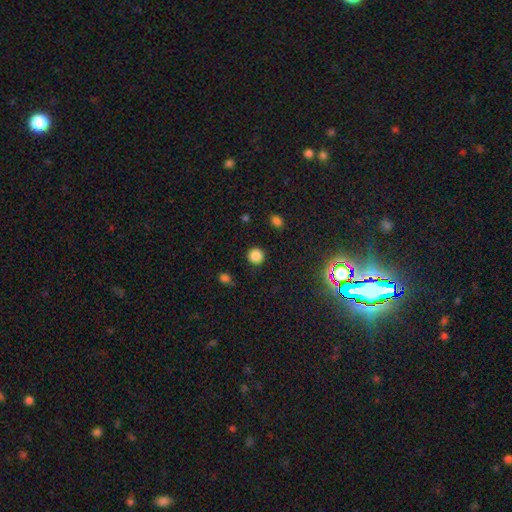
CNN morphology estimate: This is clearly a smooth galaxy (85%). How rounded: clearly round (93%). Merging: clearly none (90%).